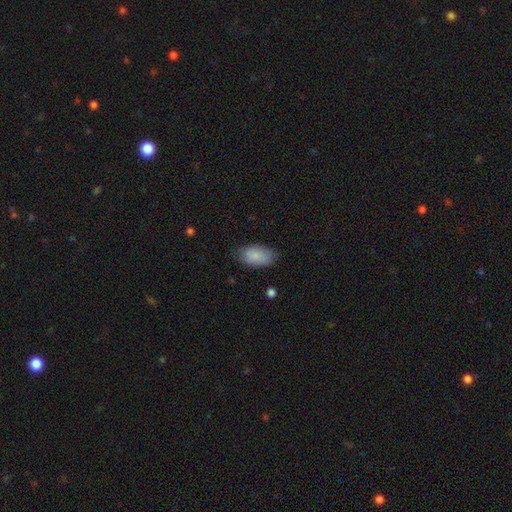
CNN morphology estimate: This is clearly a smooth galaxy (86%). How rounded: clearly in between (93%). Merging: likely none (75%).